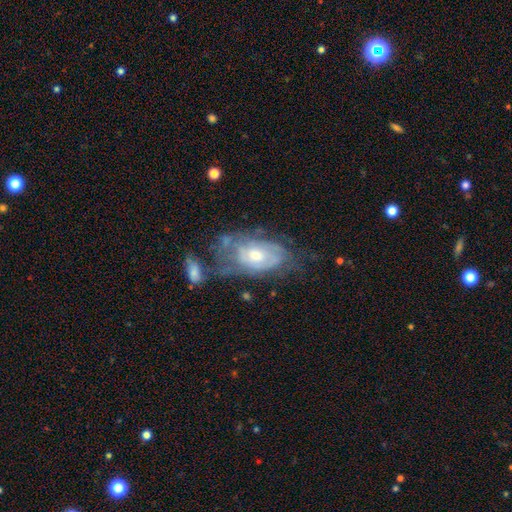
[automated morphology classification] featured or disk 70%, smooth 23%, star or artifact 7%. Down the decision tree: edge-on disk — no (94%); bar — no (78%); spiral arms — yes (69%); bulge size — moderate (61%); merging — none (38%).